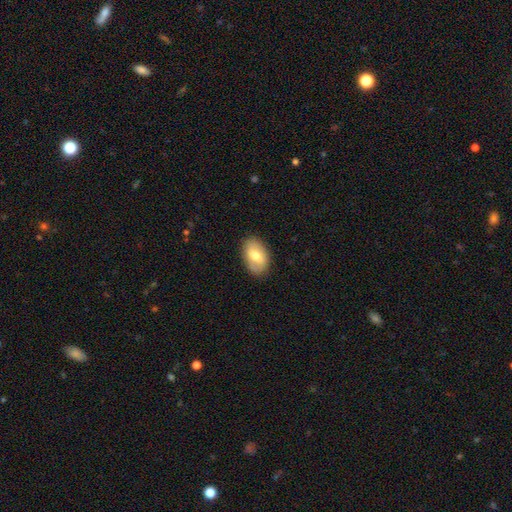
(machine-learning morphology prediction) The model was most divided on "smooth or featured": smooth: 64%, featured or disk: 29%, star or artifact: 6%. More confident: how rounded — in between (90%); merging — none (84%).